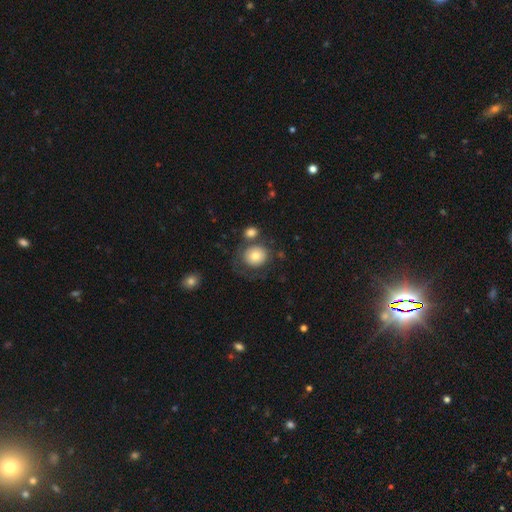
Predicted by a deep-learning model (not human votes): Morphology: type=smooth (76%); roundness=round (82%); merging=none (60%).